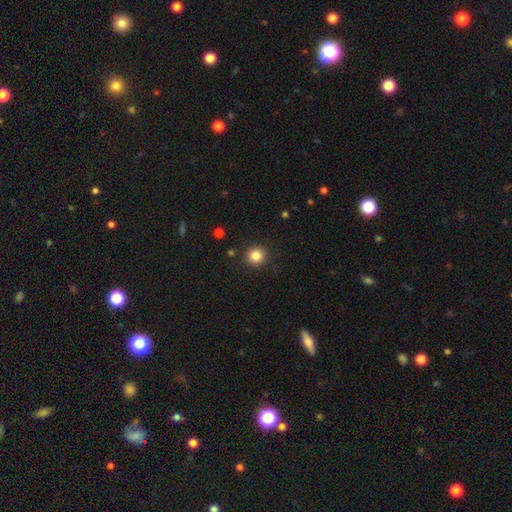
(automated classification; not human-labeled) Morphology: type=smooth (84%); roundness=round (94%); merging=none (91%).